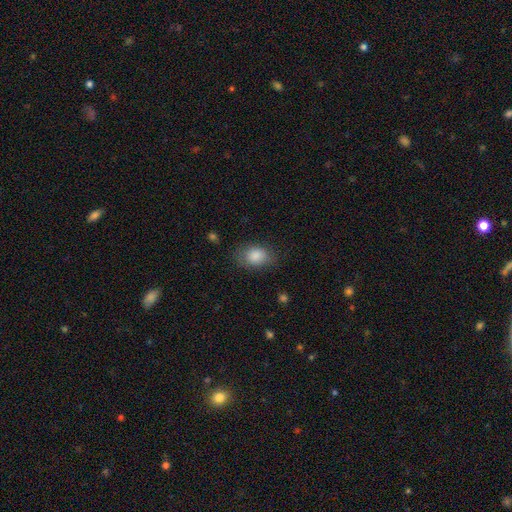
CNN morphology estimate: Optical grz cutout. It shows a smooth galaxy with no disk features (86%) that is in between round and cigar-shaped (72%). Merging: none (72%).